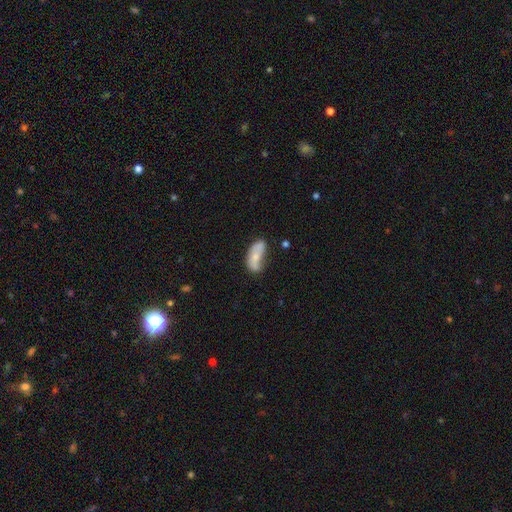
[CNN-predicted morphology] type=smooth (64%); roundness=in between (83%); merging=none (41%).